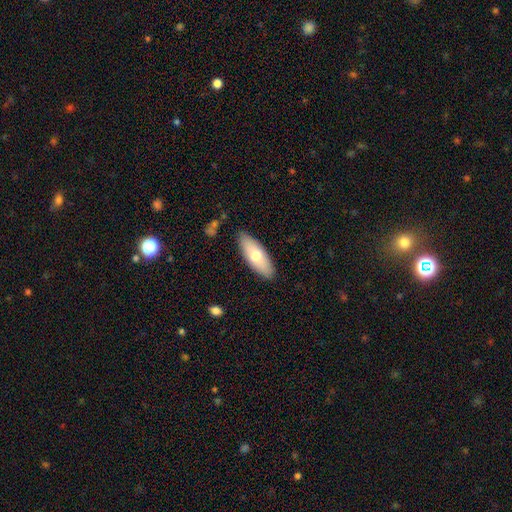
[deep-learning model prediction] This is likely a smooth galaxy (68%). How rounded: likely in between (69%). Merging: clearly none (87%).